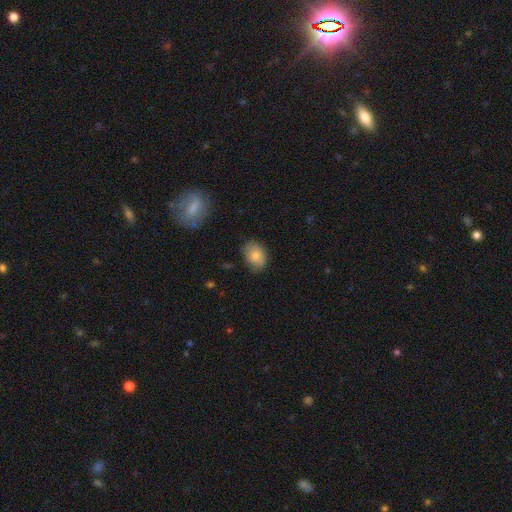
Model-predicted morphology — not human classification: Q: Smooth or featured?
A: smooth (80%); runner-up: featured or disk (12%)
Q: How rounded?
A: in between (67%); runner-up: round (32%)
Q: Merging?
A: none (78%); runner-up: minor disturbance (18%)